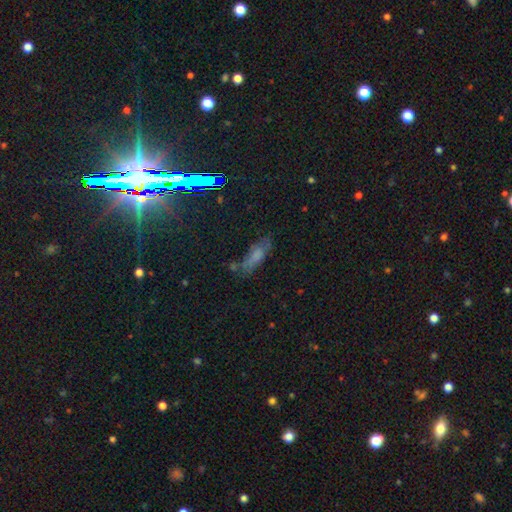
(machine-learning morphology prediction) type=smooth (54%); roundness=in between (52%); merging=none (52%).